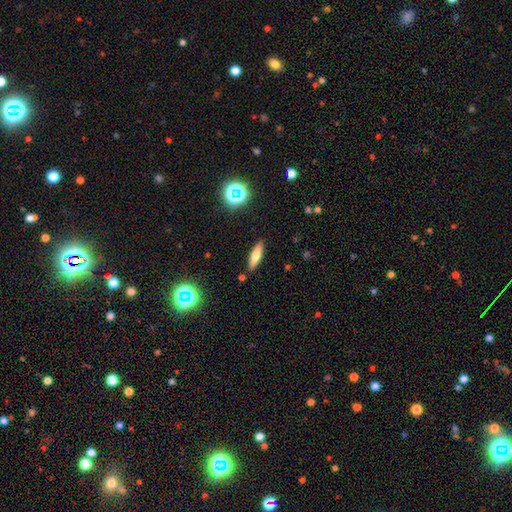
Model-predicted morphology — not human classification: This is likely a smooth galaxy (63%). How rounded: likely cigar-shaped (64%). Merging: clearly none (87%).